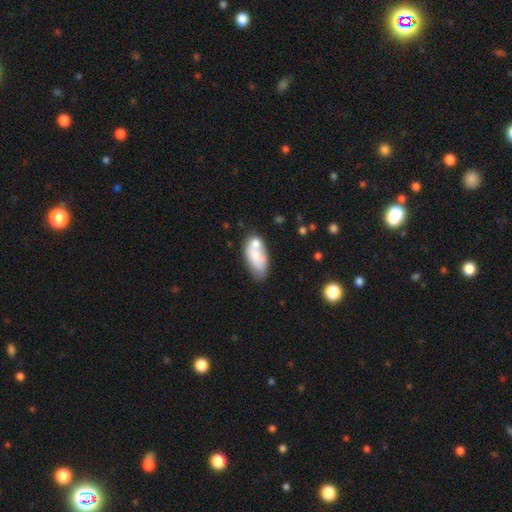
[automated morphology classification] This is likely a smooth galaxy (70%). How rounded: clearly in between (90%). Merging: marginally none (44%).